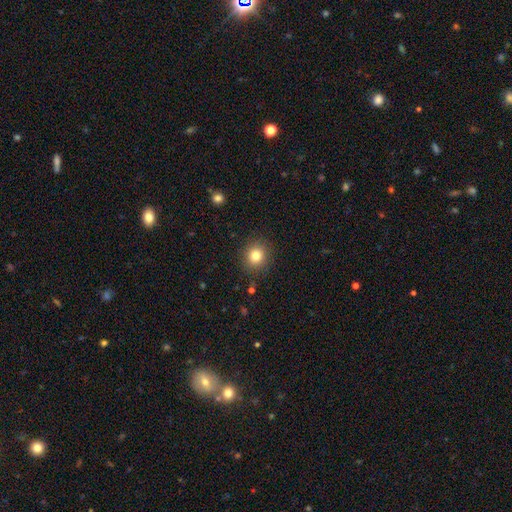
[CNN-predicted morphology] Overall: smooth (81%). How rounded: round (85%). Merging: none (88%).